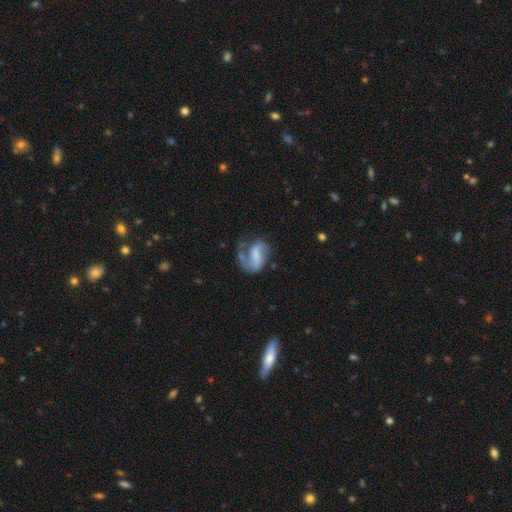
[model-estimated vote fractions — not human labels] Overall: featured or disk (67%). Edge-on disk: no (97%). Bar: weak (41%; strong 30%). Spiral arms: yes (86%). Spiral arm count: 2 (51%; 1 40%). Spiral winding: medium (43%; loose 36%). Bulge size: none (38%; moderate 23%). Merging: none (43%; major disturbance 31%).